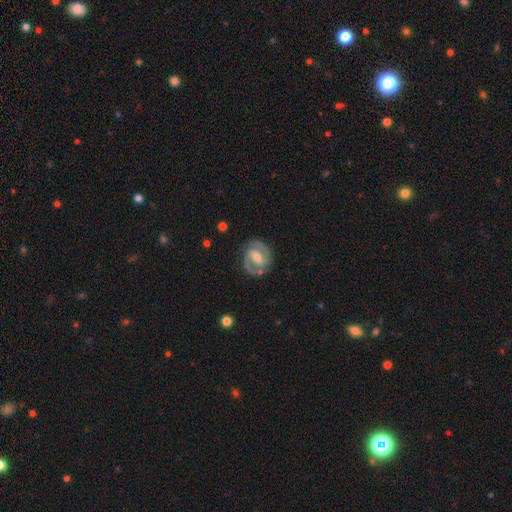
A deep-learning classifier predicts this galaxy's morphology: Smooth or featured? Predicted: featured or disk (p=0.87). Edge-on disk? Predicted: no (p=0.97). Bar? Predicted: weak (p=0.46). Spiral arms? Predicted: yes (p=0.95). Spiral winding? Predicted: medium (p=0.50). Spiral arm count? Predicted: 2 (p=0.91). Bulge size? Predicted: moderate (p=0.54). Merging? Predicted: none (p=0.82).